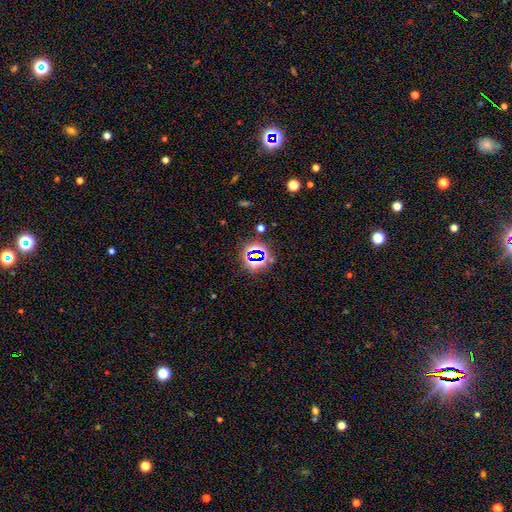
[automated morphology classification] Smooth or featured? star or artifact (70%)